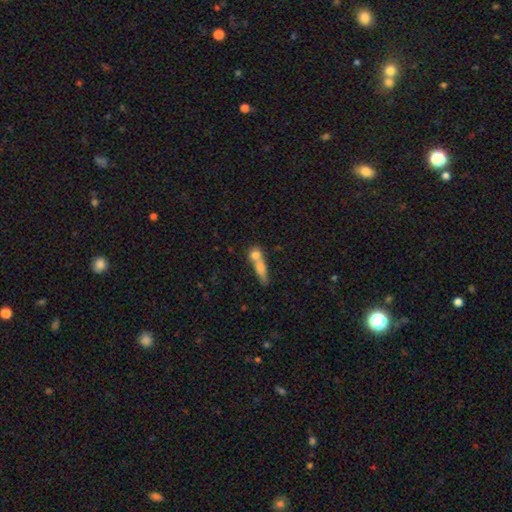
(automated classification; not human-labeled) Overall: smooth (69%). How rounded: cigar-shaped (36%; in between 32%). Merging: merger (59%; none 28%).